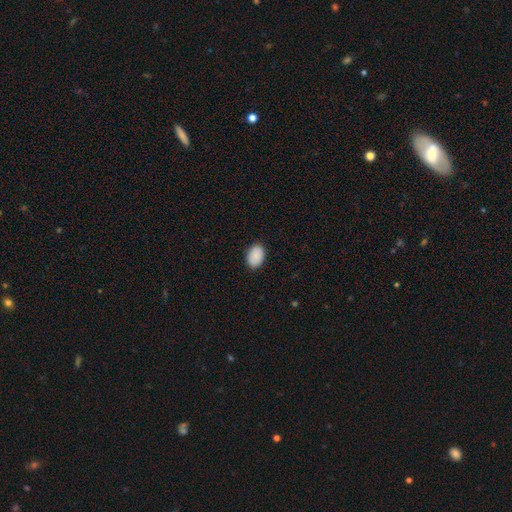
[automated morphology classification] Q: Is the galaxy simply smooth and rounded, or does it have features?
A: smooth — 90%.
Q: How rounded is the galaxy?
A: in between — 83%.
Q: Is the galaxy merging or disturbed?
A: none — 88%.